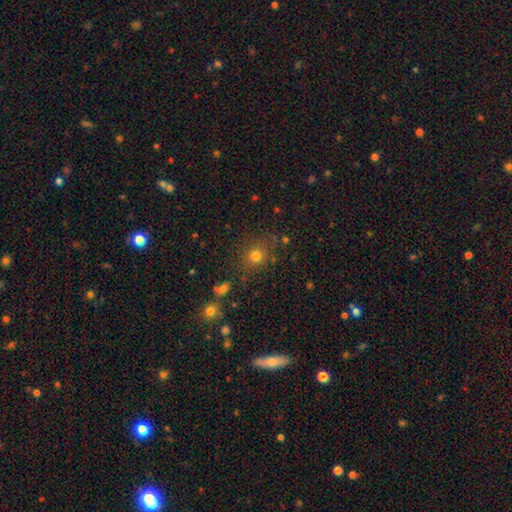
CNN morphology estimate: Smooth or featured? smooth (75%)
How rounded? round (85%)
Merging? none (80%)